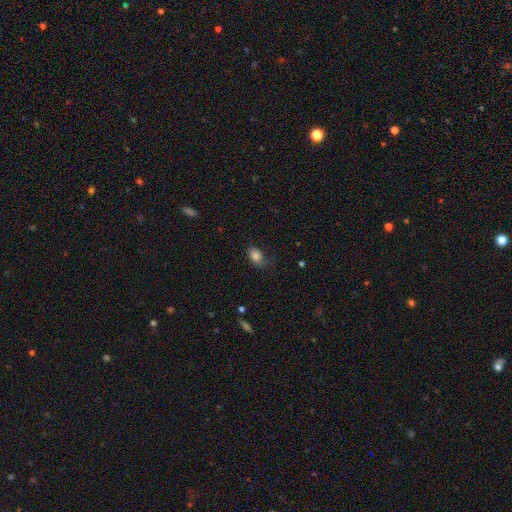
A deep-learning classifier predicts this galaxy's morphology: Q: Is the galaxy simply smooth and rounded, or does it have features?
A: smooth — 84%.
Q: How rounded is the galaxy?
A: in between — 86%.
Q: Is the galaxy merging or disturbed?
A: none — 66%.